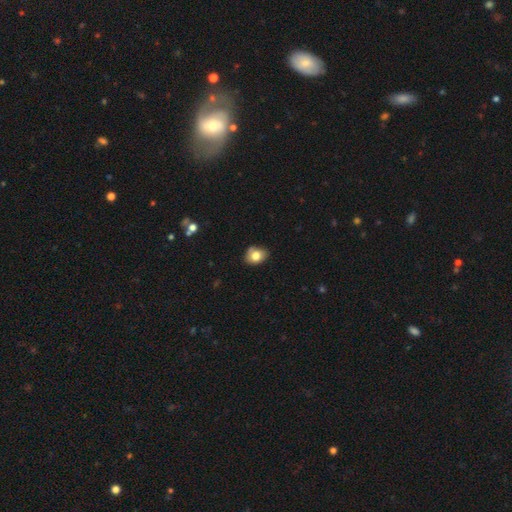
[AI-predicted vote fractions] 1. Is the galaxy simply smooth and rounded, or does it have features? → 79% smooth, 12% featured or disk, 9% star or artifact.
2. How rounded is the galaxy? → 59% in between, 40% round, 1% cigar-shaped.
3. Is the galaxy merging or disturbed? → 67% none, 25% minor disturbance, 4% major disturbance, 3% merger.